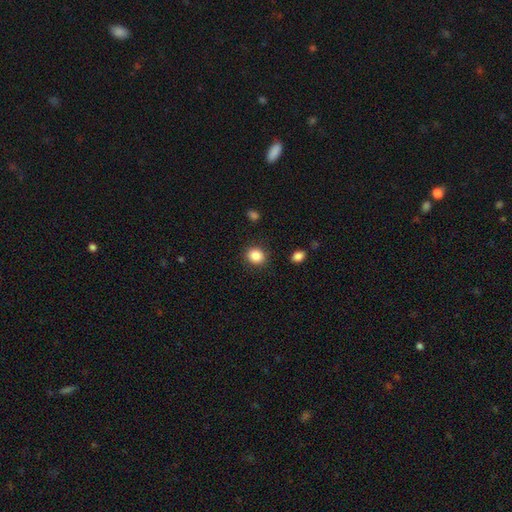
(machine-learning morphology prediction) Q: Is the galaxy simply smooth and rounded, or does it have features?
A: smooth — 87%.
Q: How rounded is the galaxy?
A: round — 72%.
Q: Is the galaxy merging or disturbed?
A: none — 88%.